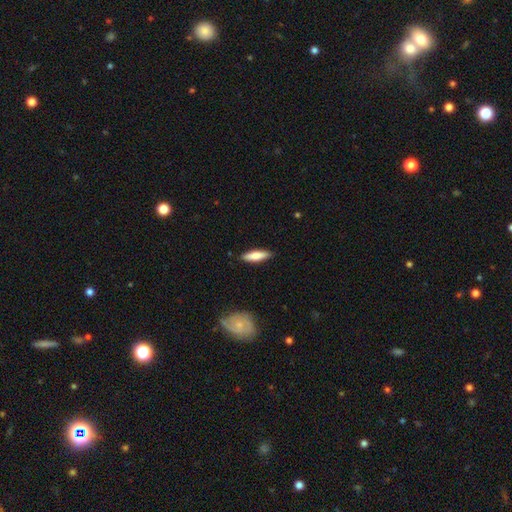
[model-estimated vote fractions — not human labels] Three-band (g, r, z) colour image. It shows a smooth galaxy with no disk features (74%) that is cigar-shaped (65%). Merging: none (86%).